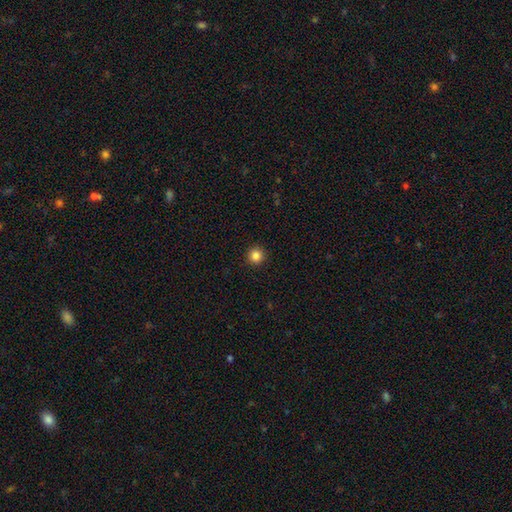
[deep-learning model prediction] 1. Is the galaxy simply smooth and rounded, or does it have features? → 85% smooth, 12% star or artifact, 4% featured or disk.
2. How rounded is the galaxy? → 96% round, 4% in between, 1% cigar-shaped.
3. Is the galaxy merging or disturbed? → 93% none, 5% minor disturbance, 2% major disturbance, 1% merger.